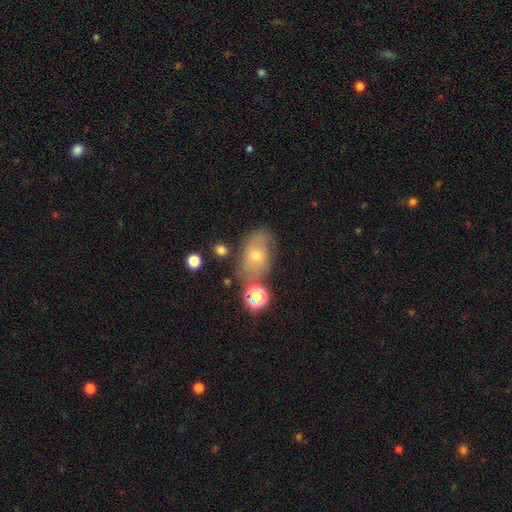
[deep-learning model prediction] This appears to be a featured or disk galaxy (44%). Merging: none (61%).